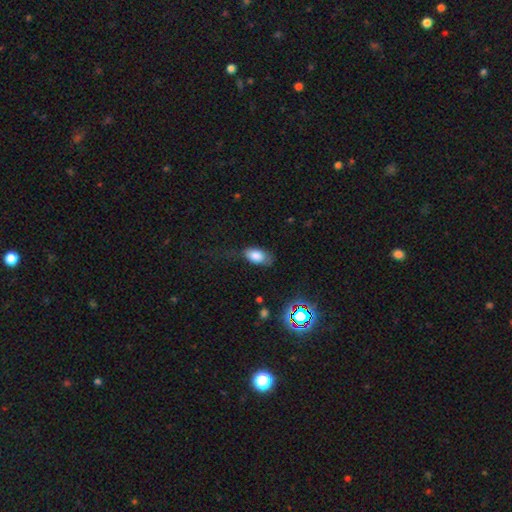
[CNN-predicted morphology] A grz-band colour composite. It shows a smooth galaxy with no disk features (78%) that is in between round and cigar-shaped (91%). Merging: none (53%).